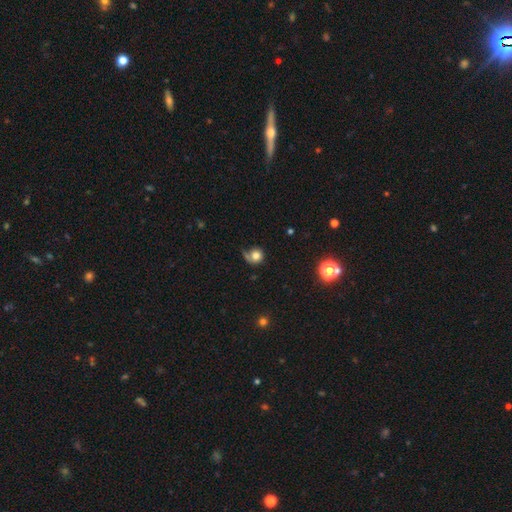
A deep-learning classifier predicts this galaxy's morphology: The model was most divided on "merging": none: 47%, minor disturbance: 22%, major disturbance: 22%, merger: 9%. More confident: how rounded — round (86%); smooth or featured — smooth (73%).